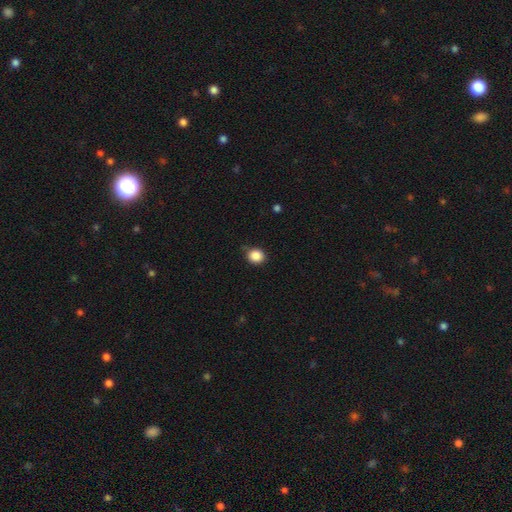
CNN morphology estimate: A smooth galaxy with no disk features (87%) that is round (76%).

Vote fractions:
- Smooth or featured? smooth: 87% / star or artifact: 10% / featured or disk: 3%
- How rounded? round: 76% / in between: 23% / cigar-shaped: 1%
- Merging? none: 79% / minor disturbance: 16% / major disturbance: 3% / merger: 1%